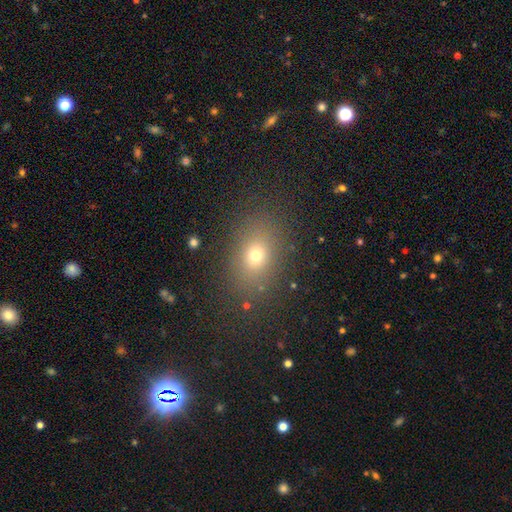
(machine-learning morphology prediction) smooth-or-featured: smooth: 70% | star or artifact: 18% | featured or disk: 12%
  how-rounded: in between: 64% | round: 34% | cigar-shaped: 2%
  merging: none: 84% | minor disturbance: 10% | major disturbance: 5% | merger: 2%